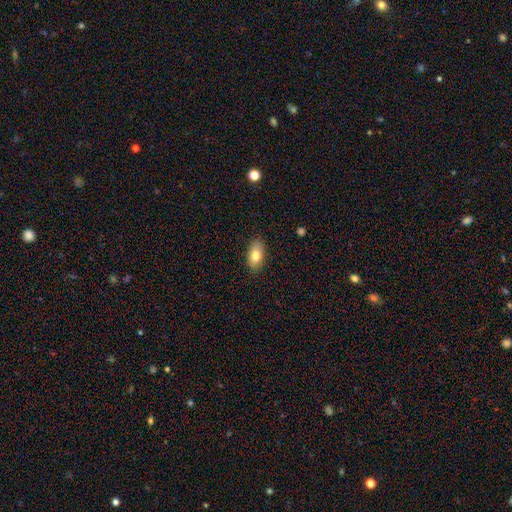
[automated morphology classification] Overall: smooth (78%). How rounded: in between (91%). Merging: none (87%).